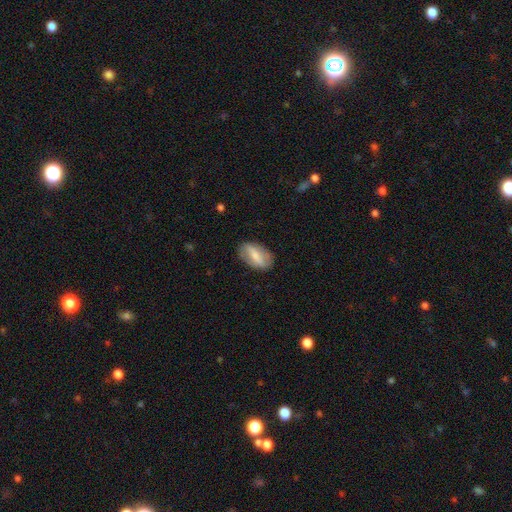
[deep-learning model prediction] smooth-or-featured: smooth: 53% | featured or disk: 41% | star or artifact: 7%
  how-rounded: in between: 90% | round: 6% | cigar-shaped: 4%
  merging: none: 82% | minor disturbance: 14% | major disturbance: 4% | merger: 1%